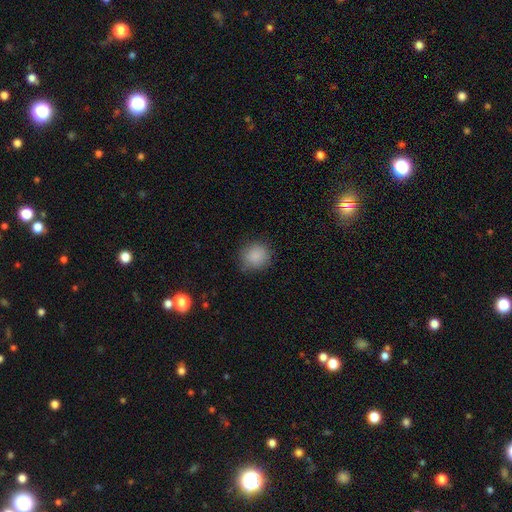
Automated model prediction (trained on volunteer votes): This appears to be a smooth galaxy with no disk features (87%) that is round (87%). Merging: none (82%).